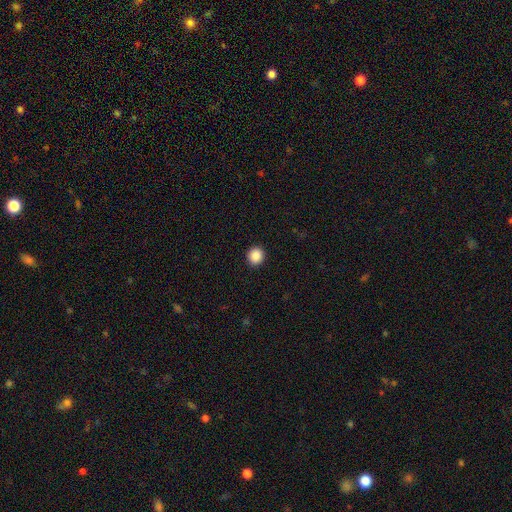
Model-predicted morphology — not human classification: Q: Smooth or featured?
A: smooth (88%); runner-up: star or artifact (9%)
Q: How rounded?
A: round (87%); runner-up: in between (13%)
Q: Merging?
A: none (93%); runner-up: minor disturbance (5%)